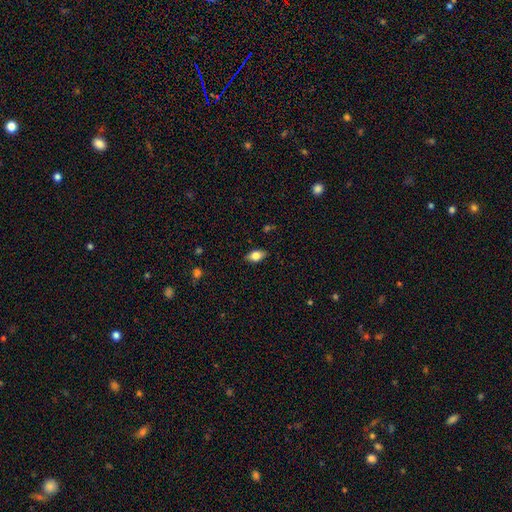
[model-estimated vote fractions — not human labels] Smooth or featured: smooth — 76% (featured or disk — 16%)
How rounded: in between — 88% (round — 6%)
Merging: none — 86% (minor disturbance — 11%)